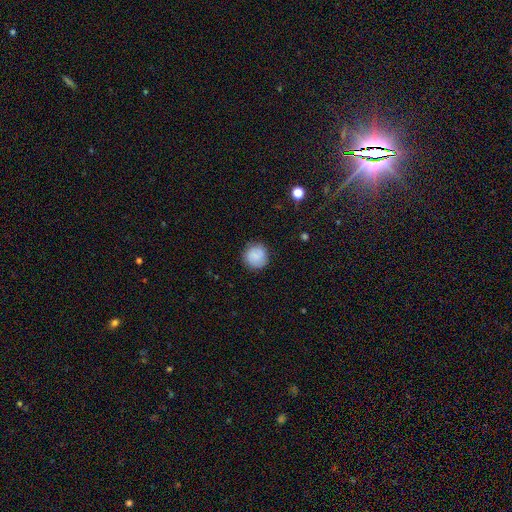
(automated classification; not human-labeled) Smooth or featured? Predicted: smooth (p=0.83). How rounded? Predicted: round (p=0.92). Merging? Predicted: none (p=0.85).